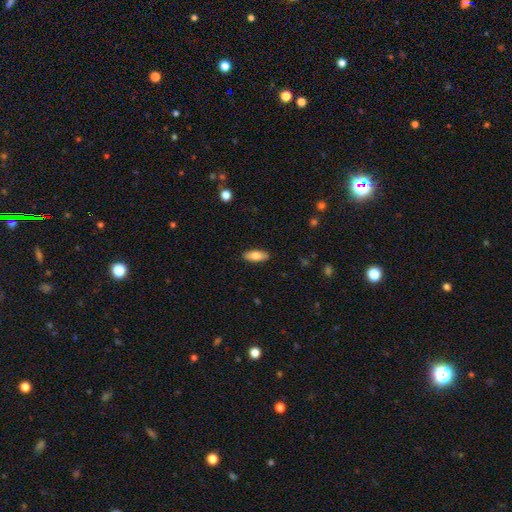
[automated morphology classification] A smooth galaxy with no disk features (79%) that is in between round and cigar-shaped (76%). Merging: none (88%).